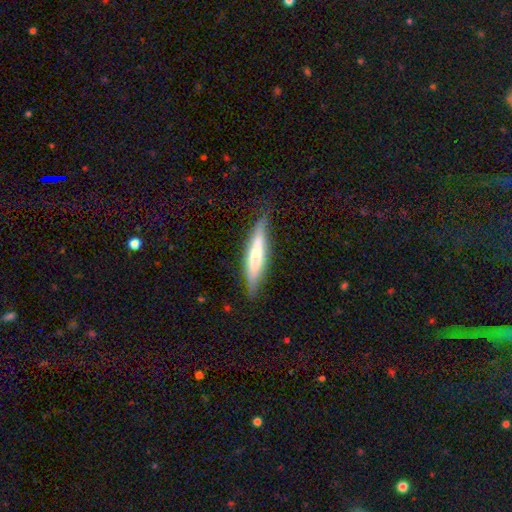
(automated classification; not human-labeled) smooth-or-featured: smooth: 49% | featured or disk: 45% | star or artifact: 6%
  merging: none: 77% | minor disturbance: 18% | major disturbance: 3% | merger: 2%